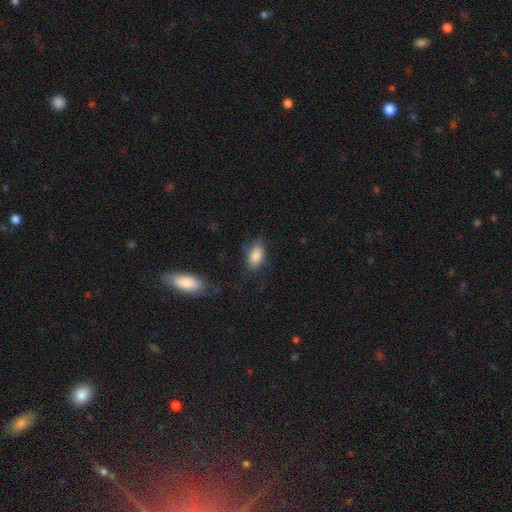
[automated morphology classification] Smooth or featured: smooth — 83% (featured or disk — 9%)
How rounded: in between — 90% (round — 6%)
Merging: none — 62% (minor disturbance — 24%)